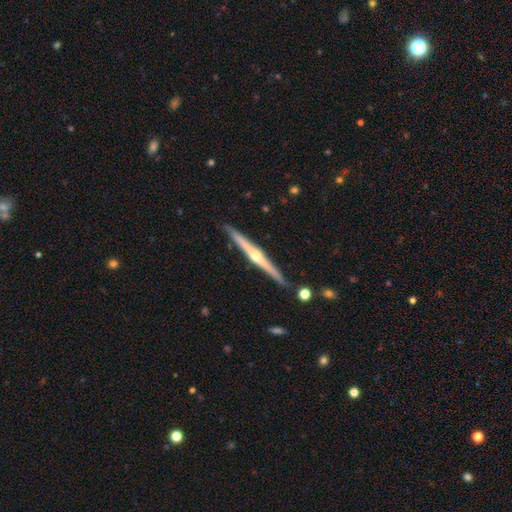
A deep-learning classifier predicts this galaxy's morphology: Smooth or featured? Predicted: featured or disk (p=0.81). Edge-on disk? Predicted: yes (p=0.98). Edge-on bulge? Predicted: rounded (p=0.90). Merging? Predicted: none (p=0.91).